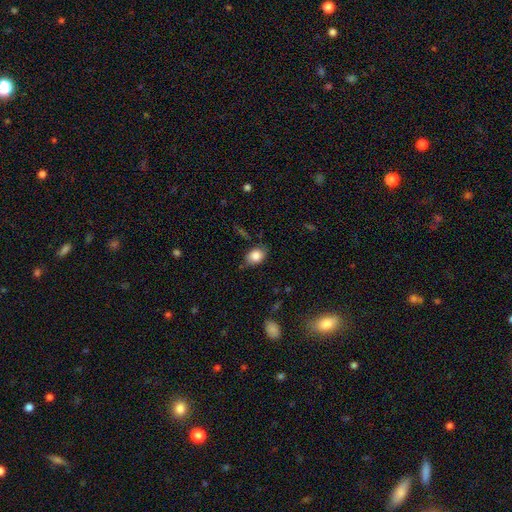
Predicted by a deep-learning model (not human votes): A smooth galaxy with no disk features (82%) that is in between round and cigar-shaped (73%).

Vote fractions:
- Smooth or featured? smooth: 82% / featured or disk: 10% / star or artifact: 8%
- How rounded? in between: 73% / round: 25% / cigar-shaped: 2%
- Merging? none: 66% / minor disturbance: 25% / major disturbance: 6% / merger: 3%